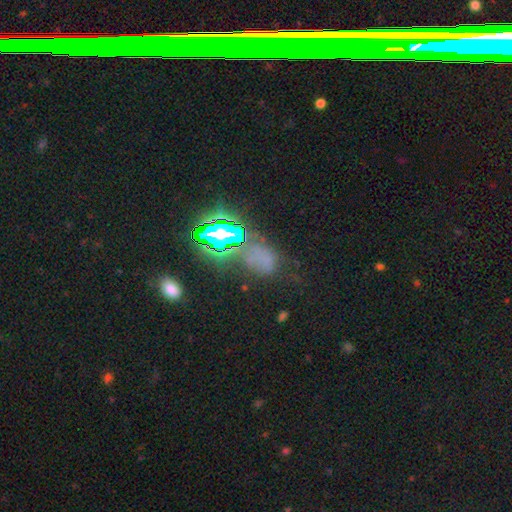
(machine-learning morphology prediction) This appears to be a star or artifact, not a galaxy (68%).